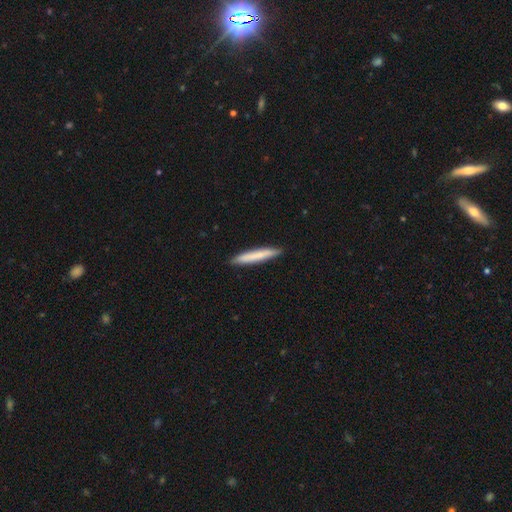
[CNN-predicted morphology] This appears to be a smooth galaxy with no disk features (76%) that is cigar-shaped (95%). Merging: none (91%).